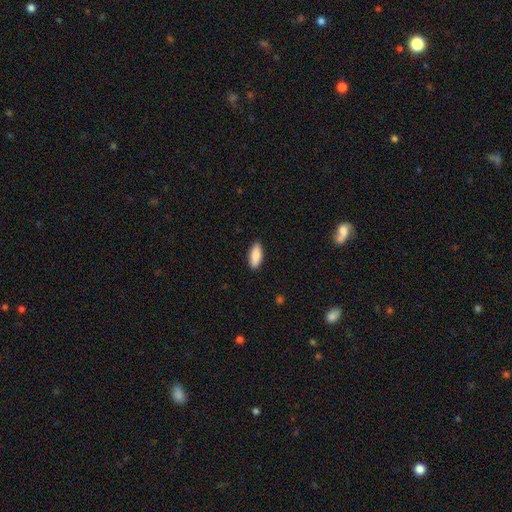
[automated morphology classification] Smooth or featured? smooth (89%)
How rounded? in between (77%)
Merging? none (90%)